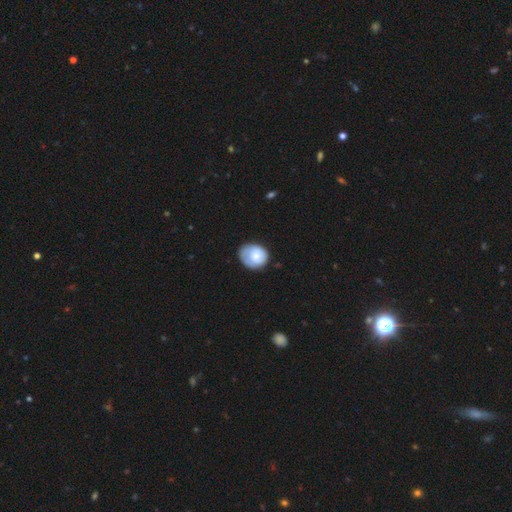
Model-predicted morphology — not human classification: A smooth galaxy with no disk features (71%) that is round (61%).

Vote fractions:
- Smooth or featured? smooth: 71% / featured or disk: 23% / star or artifact: 6%
- How rounded? round: 61% / in between: 39% / cigar-shaped: 1%
- Merging? none: 60% / minor disturbance: 29% / major disturbance: 9% / merger: 2%